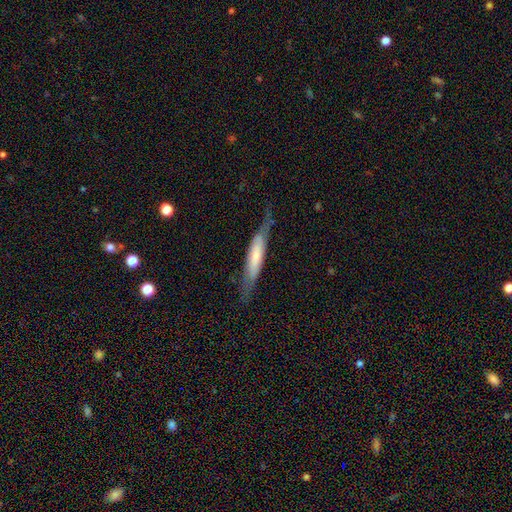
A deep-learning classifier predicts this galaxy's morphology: smooth_or_featured: smooth (p=0.49) [alt: featured or disk p=0.45]
merging: none (p=0.63) [alt: minor disturbance p=0.24]